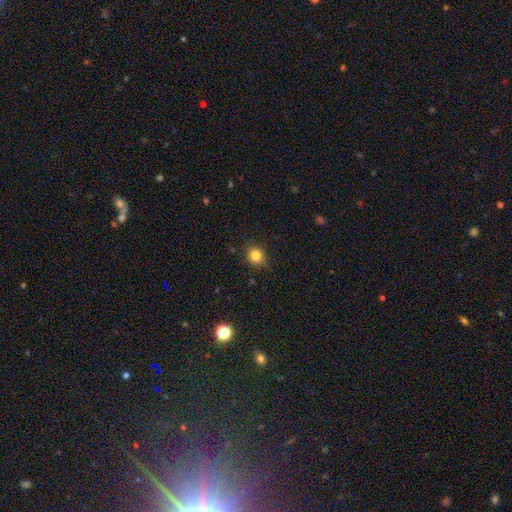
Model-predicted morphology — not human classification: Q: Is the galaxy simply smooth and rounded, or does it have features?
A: smooth — 84%.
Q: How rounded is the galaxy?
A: round — 88%.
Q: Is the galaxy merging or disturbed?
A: none — 86%.